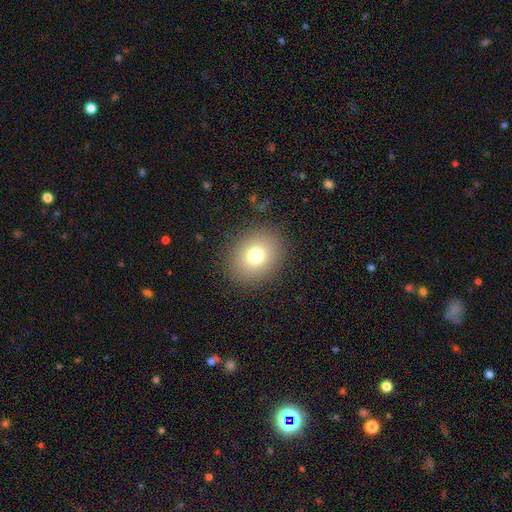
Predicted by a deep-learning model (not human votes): Smooth or featured? Predicted: smooth (p=0.75). How rounded? Predicted: round (p=0.63). Merging? Predicted: none (p=0.88).